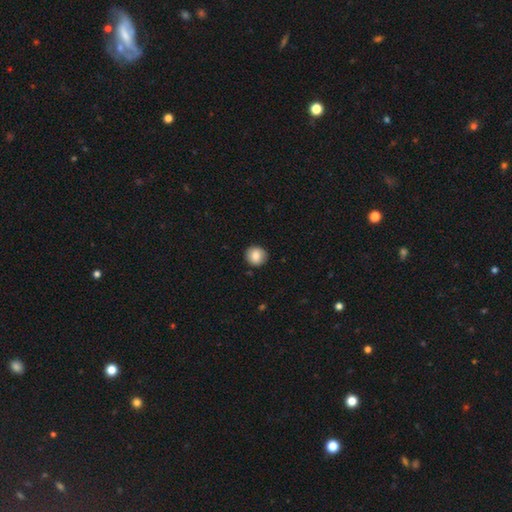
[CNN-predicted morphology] Smooth or featured? smooth (82%)
How rounded? round (93%)
Merging? none (90%)